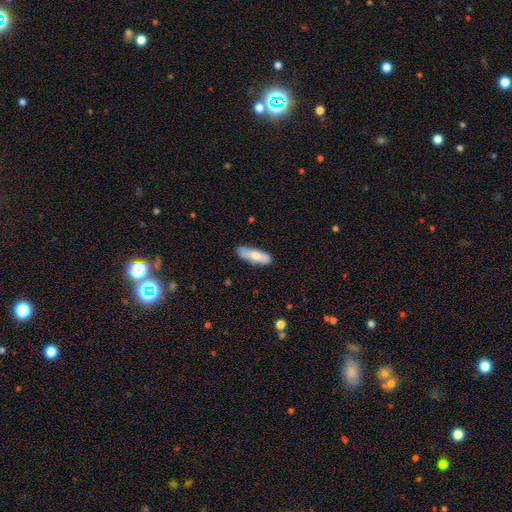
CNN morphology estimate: smooth_or_featured: smooth (p=0.73) [alt: featured or disk p=0.21]
how_rounded: in between (p=0.51) [alt: cigar-shaped p=0.47]
merging: none (p=0.81) [alt: minor disturbance p=0.15]